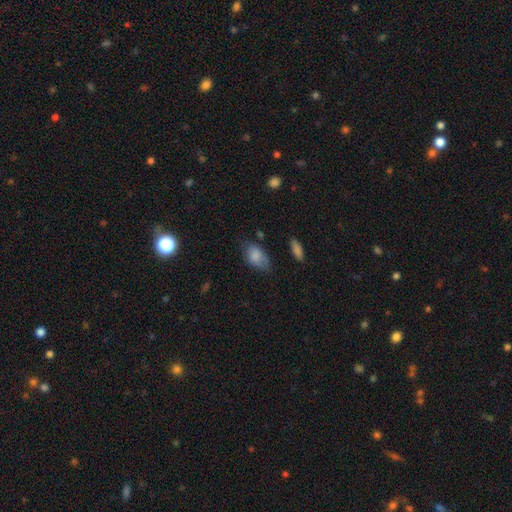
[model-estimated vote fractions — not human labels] smooth-or-featured: smooth: 82% | featured or disk: 10% | star or artifact: 7%
  how-rounded: in between: 90% | round: 8% | cigar-shaped: 2%
  merging: none: 58% | minor disturbance: 30% | major disturbance: 9% | merger: 3%